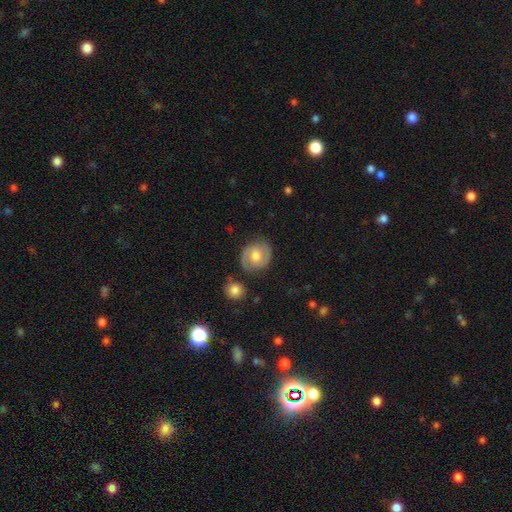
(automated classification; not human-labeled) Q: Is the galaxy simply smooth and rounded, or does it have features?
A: featured or disk — 59%.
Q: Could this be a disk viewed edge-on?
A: no — 97%.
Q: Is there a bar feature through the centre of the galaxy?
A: no — 53%.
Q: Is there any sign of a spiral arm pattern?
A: yes — 80%.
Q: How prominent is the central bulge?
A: moderate — 72%.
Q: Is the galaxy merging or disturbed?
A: none — 80%.